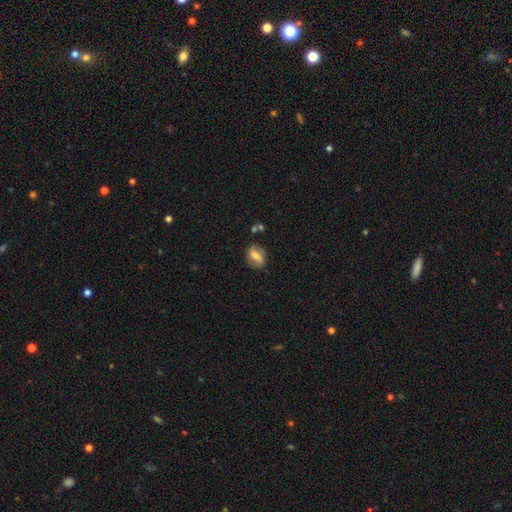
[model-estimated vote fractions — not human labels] Smooth or featured? Predicted: smooth (p=0.50). How rounded? Predicted: in between (p=0.60). Merging? Predicted: none (p=0.77).